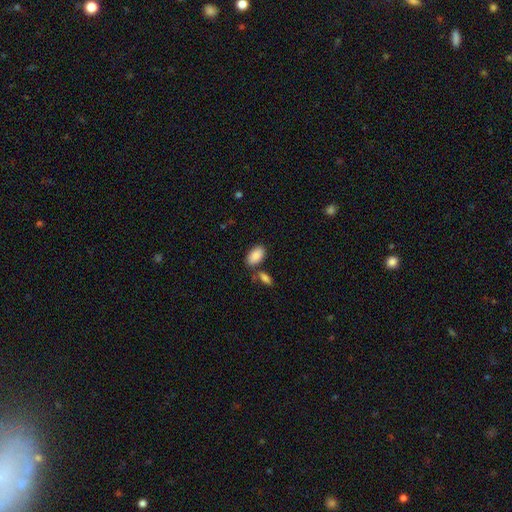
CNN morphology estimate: smooth 89%, star or artifact 6%, featured or disk 5%. Down the decision tree: how rounded — in between (94%); merging — none (70%).